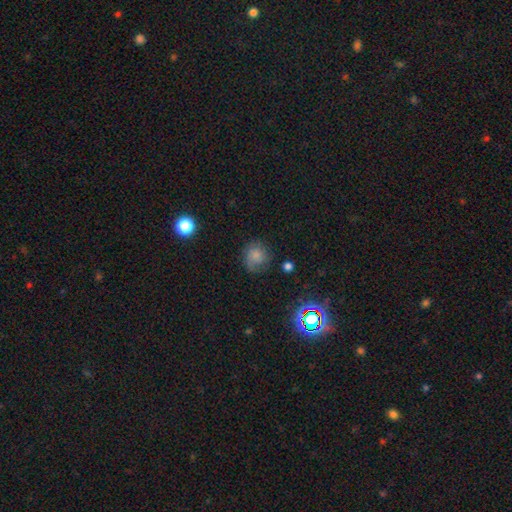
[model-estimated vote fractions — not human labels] Q: Smooth or featured?
A: smooth (75%); runner-up: star or artifact (13%)
Q: How rounded?
A: round (82%); runner-up: in between (17%)
Q: Merging?
A: none (65%); runner-up: minor disturbance (23%)